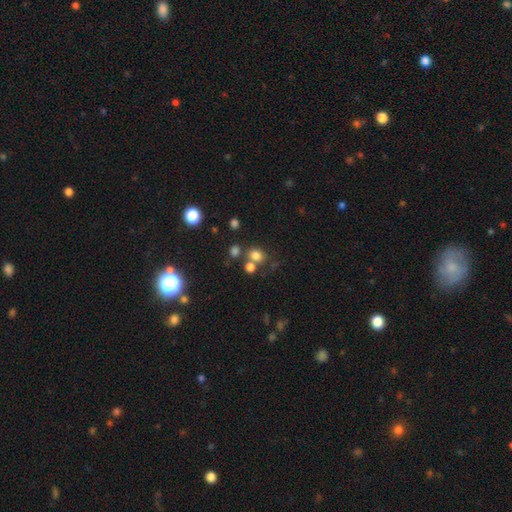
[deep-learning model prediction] The model was most divided on "how rounded": round: 64%, in between: 35%, cigar-shaped: 1%. More confident: smooth or featured — smooth (75%); merging — none (58%).